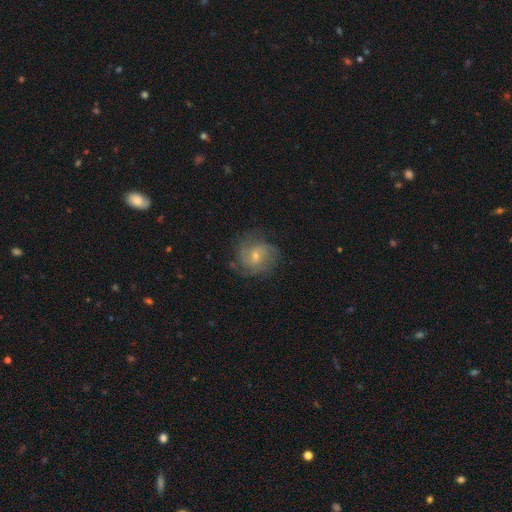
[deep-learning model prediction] smooth_or_featured: featured or disk (p=0.75) [alt: smooth p=0.15]
disk_edge_on: no (p=0.97) [alt: yes p=0.03]
bar: no (p=0.56) [alt: weak p=0.38]
has_spiral_arms: yes (p=0.94) [alt: no p=0.06]
spiral_winding: tight (p=0.43) [alt: medium p=0.42]
spiral_arm_count: 3 (p=0.27) [tied with: can't tell p=0.27]
bulge_size: small (p=0.58) [alt: moderate p=0.37]
merging: none (p=0.76) [alt: minor disturbance p=0.16]